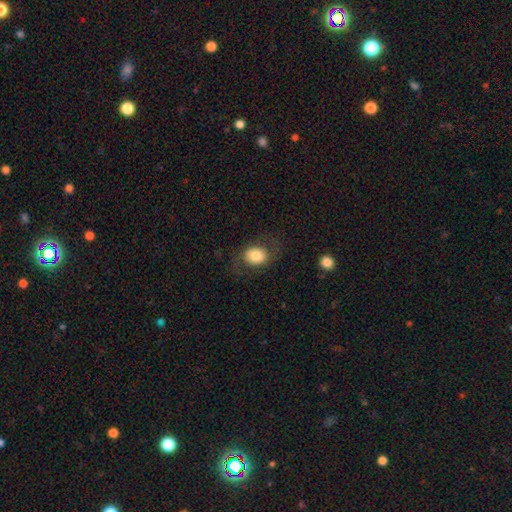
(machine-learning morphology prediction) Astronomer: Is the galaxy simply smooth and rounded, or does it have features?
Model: smooth — 72%.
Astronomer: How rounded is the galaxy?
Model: round — 50% (runner-up: in between, 49%).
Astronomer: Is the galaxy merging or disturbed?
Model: none — 73%.